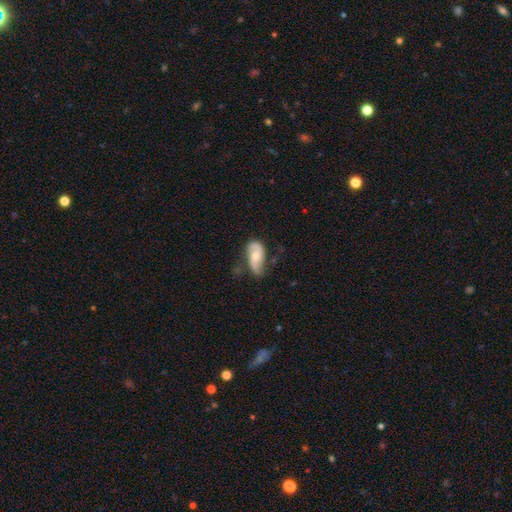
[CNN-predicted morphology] Smooth or featured: featured or disk — 64% (smooth — 30%)
Edge-on disk: no — 94% (yes — 6%)
Bar: no — 65% (weak — 27%)
Spiral arms: yes — 87% (no — 13%)
Spiral winding: loose — 53% (medium — 33%)
Spiral arm count: 2 — 83% (can't tell — 8%)
Bulge size: moderate — 62% (small — 30%)
Merging: none — 49% (minor disturbance — 32%)